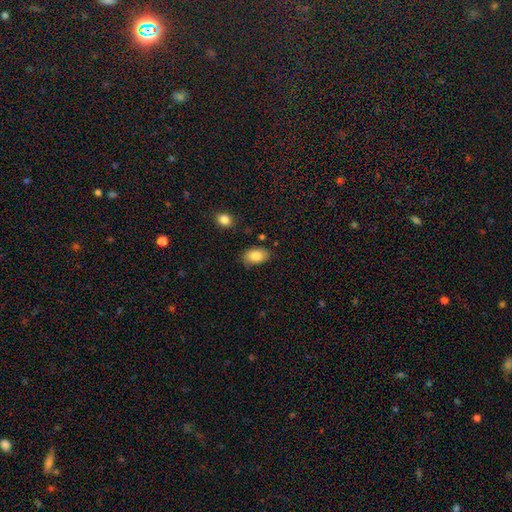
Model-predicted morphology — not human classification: A smooth galaxy with no disk features (84%) that is in between round and cigar-shaped (90%).

Vote fractions:
- Smooth or featured? smooth: 84% / featured or disk: 9% / star or artifact: 7%
- How rounded? in between: 90% / round: 9% / cigar-shaped: 1%
- Merging? none: 81% / minor disturbance: 14% / major disturbance: 3% / merger: 2%